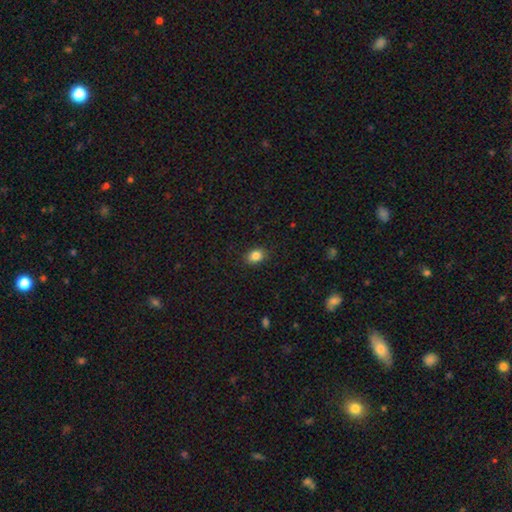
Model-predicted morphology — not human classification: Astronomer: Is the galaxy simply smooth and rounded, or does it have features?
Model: smooth — 85%.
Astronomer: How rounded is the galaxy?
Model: in between — 67%.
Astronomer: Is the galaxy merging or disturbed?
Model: none — 88%.